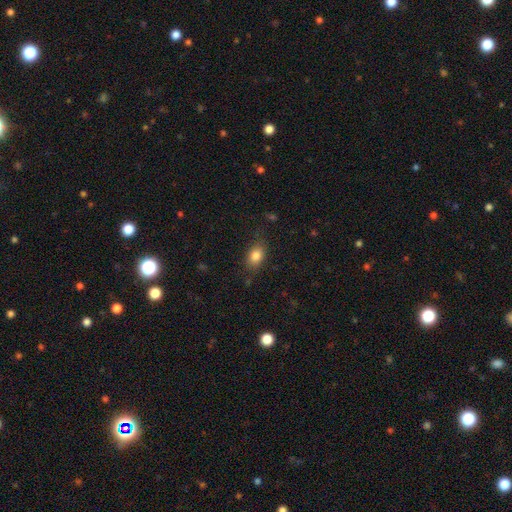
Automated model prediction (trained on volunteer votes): A smooth galaxy with no disk features (83%) that is in between round and cigar-shaped (79%).

Vote fractions:
- Smooth or featured? smooth: 83% / star or artifact: 9% / featured or disk: 8%
- How rounded? in between: 79% / round: 18% / cigar-shaped: 2%
- Merging? none: 78% / minor disturbance: 16% / major disturbance: 5% / merger: 1%